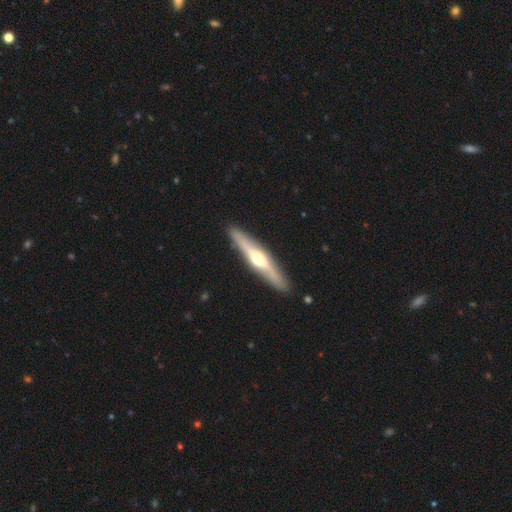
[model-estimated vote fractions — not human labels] The model was most divided on "smooth or featured": featured or disk: 71%, smooth: 24%, star or artifact: 5%. More confident: edge-on disk — yes (95%); edge-on bulge — rounded (91%); merging — none (91%).